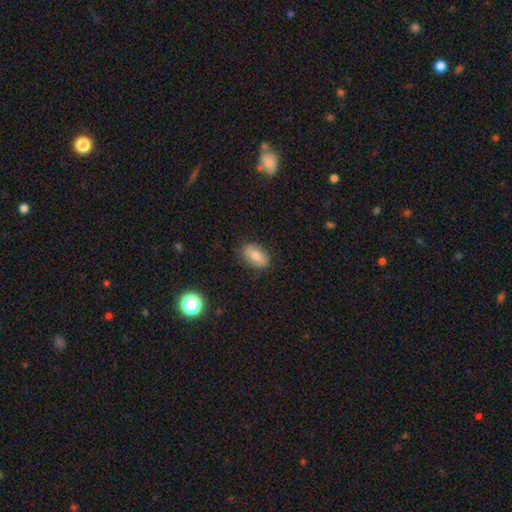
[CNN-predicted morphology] Q: Smooth or featured?
A: smooth (69%); runner-up: featured or disk (22%)
Q: How rounded?
A: in between (87%); runner-up: round (9%)
Q: Merging?
A: none (84%); runner-up: minor disturbance (12%)